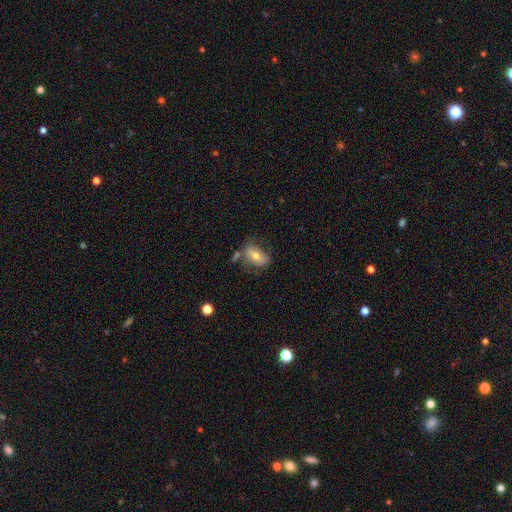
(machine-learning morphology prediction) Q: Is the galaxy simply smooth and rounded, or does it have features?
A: smooth — 58%.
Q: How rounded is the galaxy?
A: in between — 81%.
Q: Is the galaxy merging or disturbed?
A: none — 50%.